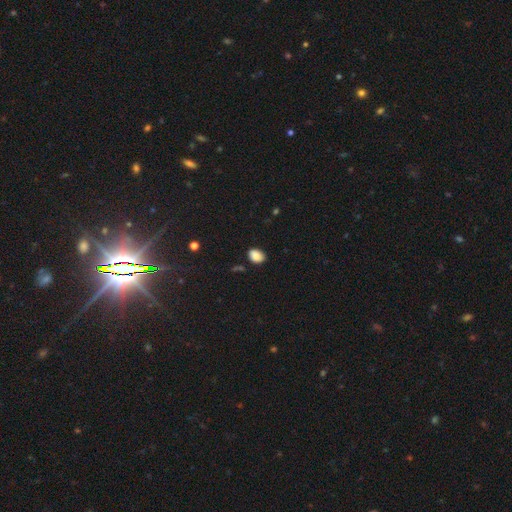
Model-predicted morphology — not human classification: Smooth or featured? Predicted: smooth (p=0.87). How rounded? Predicted: in between (p=0.70). Merging? Predicted: none (p=0.81).